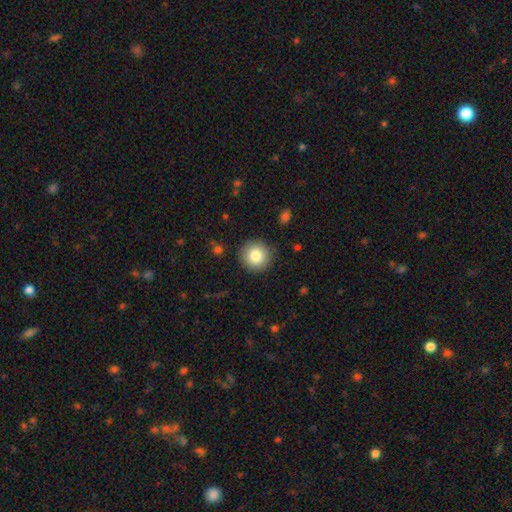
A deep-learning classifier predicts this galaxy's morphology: This is clearly a smooth galaxy (83%). How rounded: clearly round (95%). Merging: clearly none (90%).